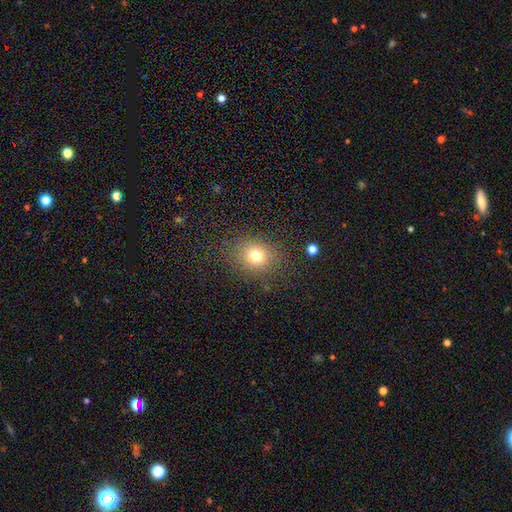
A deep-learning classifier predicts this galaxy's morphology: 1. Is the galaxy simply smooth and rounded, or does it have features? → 74% smooth, 16% star or artifact, 9% featured or disk.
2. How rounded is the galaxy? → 71% round, 28% in between, 1% cigar-shaped.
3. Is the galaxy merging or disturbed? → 82% none, 11% minor disturbance, 5% major disturbance, 2% merger.